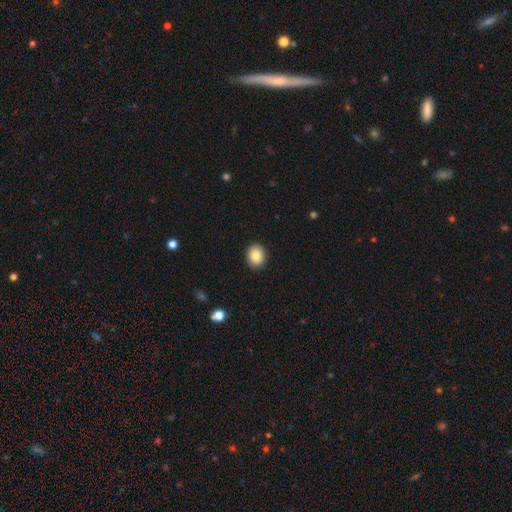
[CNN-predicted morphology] Smooth or featured? Predicted: smooth (p=0.85). How rounded? Predicted: round (p=0.61). Merging? Predicted: none (p=0.90).